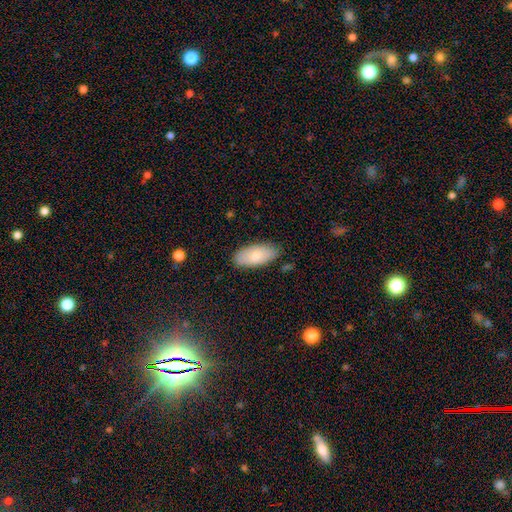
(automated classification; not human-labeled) This is likely a smooth galaxy (79%). How rounded: clearly in between (91%). Merging: clearly none (84%).